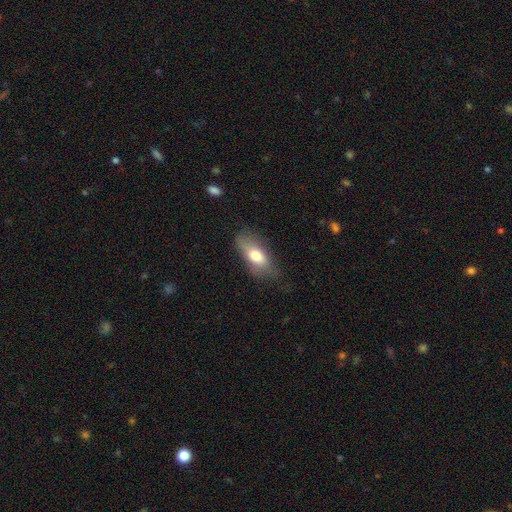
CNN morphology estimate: Smooth or featured?
  - smooth: 71% *
  - featured or disk: 21%
  - star or artifact: 8%
How rounded?
  - in between: 84% *
  - cigar-shaped: 11%
  - round: 5%
Merging?
  - none: 57% *
  - minor disturbance: 29%
  - major disturbance: 12%
  - merger: 2%